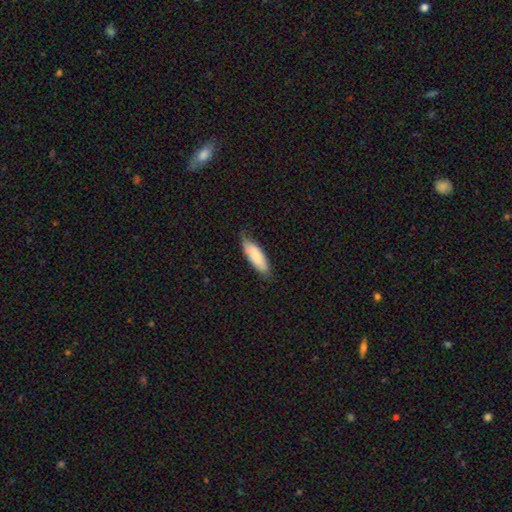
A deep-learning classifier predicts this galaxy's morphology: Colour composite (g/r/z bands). It shows a smooth galaxy with no disk features (81%) that is in between round and cigar-shaped (60%). Merging: none (65%).